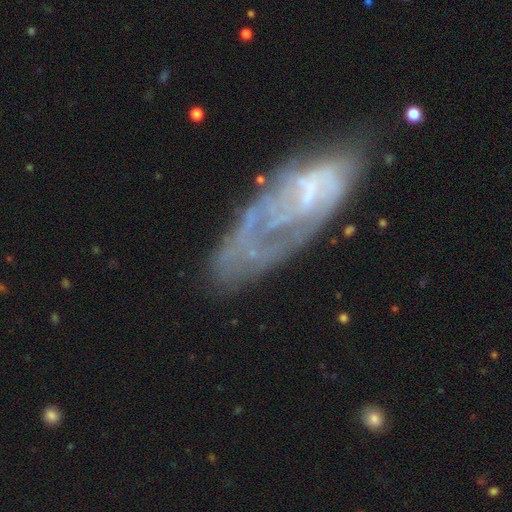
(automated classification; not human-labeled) Smooth or featured: featured or disk — 68% (smooth — 22%)
Edge-on disk: no — 89% (yes — 11%)
Bar: no — 57% (weak — 32%)
Spiral arms: yes — 56% (no — 44%)
Bulge size: none — 51% (small — 34%)
Merging: none — 42% (major disturbance — 28%)